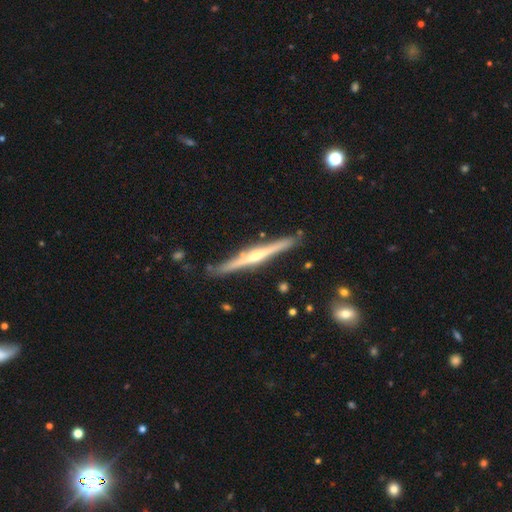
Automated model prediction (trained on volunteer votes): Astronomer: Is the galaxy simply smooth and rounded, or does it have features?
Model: featured or disk — 79%.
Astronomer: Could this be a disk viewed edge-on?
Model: yes — 98%.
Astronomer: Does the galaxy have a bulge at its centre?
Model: rounded — 79%.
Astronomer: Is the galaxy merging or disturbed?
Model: none — 86%.